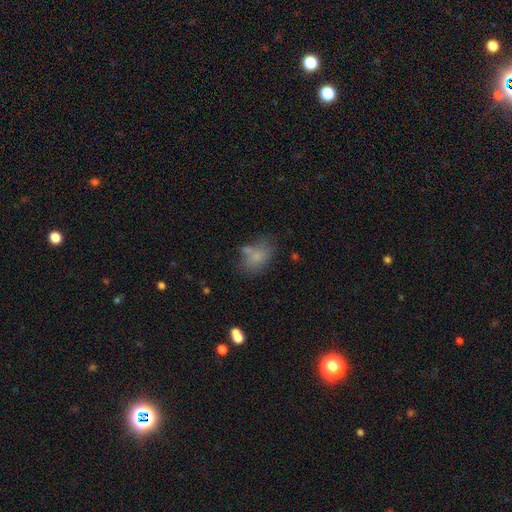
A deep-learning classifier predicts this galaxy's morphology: Overall: smooth (73%). How rounded: in between (81%). Merging: none (45%; minor disturbance 25%).